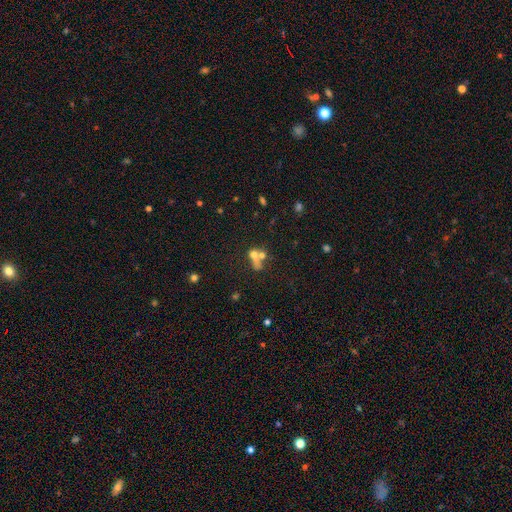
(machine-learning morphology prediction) smooth-or-featured: smooth: 58% | featured or disk: 22% | star or artifact: 20%
  how-rounded: in between: 46% | round: 42% | cigar-shaped: 12%
  merging: merger: 50% | none: 29% | major disturbance: 11% | minor disturbance: 10%